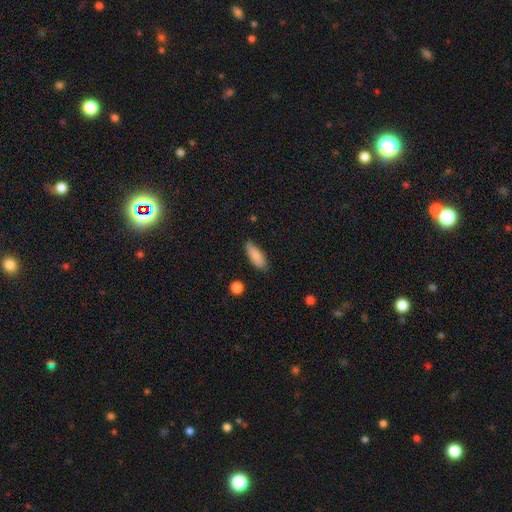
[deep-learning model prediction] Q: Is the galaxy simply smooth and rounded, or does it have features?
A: smooth — 84%.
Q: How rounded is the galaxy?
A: in between — 70%.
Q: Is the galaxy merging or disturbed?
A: none — 79%.